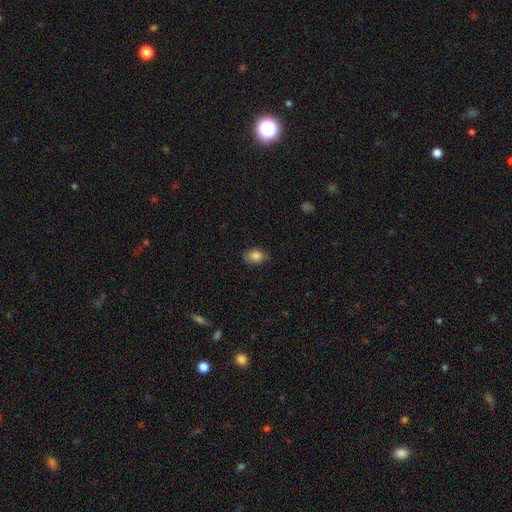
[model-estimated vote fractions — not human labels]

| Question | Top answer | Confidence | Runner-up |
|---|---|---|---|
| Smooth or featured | smooth | 84% | star or artifact (8%) |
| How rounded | in between | 79% | round (20%) |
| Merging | none | 70% | minor disturbance (24%) |